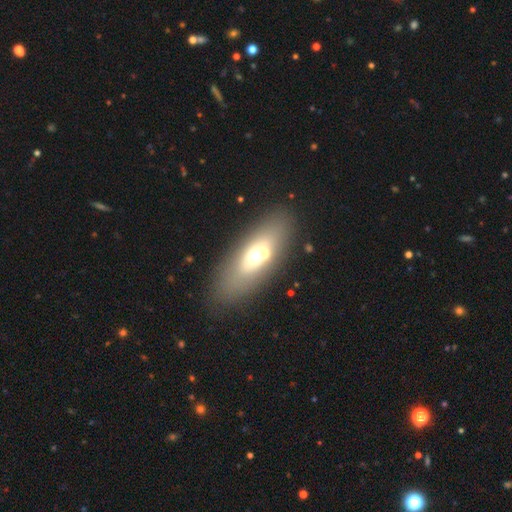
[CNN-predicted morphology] Smooth or featured? Predicted: smooth (p=0.51). How rounded? Predicted: in between (p=0.72). Merging? Predicted: none (p=0.66).